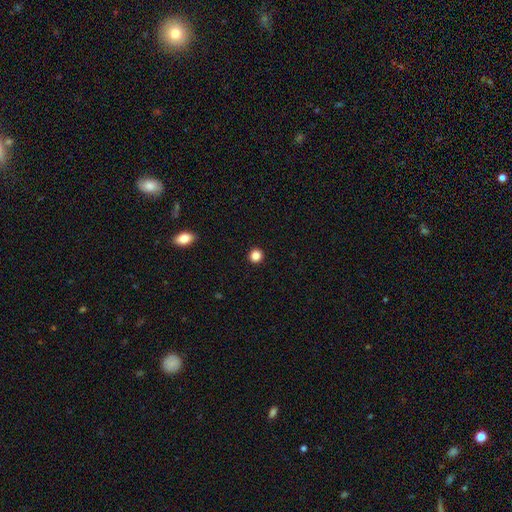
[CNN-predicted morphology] type=smooth (85%); roundness=round (94%); merging=none (93%).